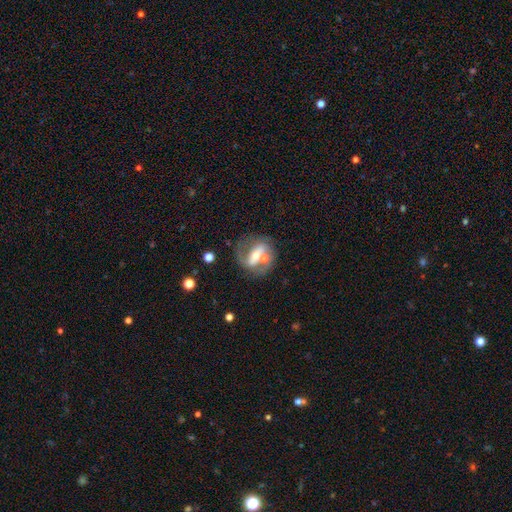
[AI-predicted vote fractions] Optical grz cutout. It shows a featured or disk galaxy (74%) with a strong bar (46%), 2 (79%) medium (47%) spiral arms (75%) and a moderate central bulge (56%). Merging: none (49%).